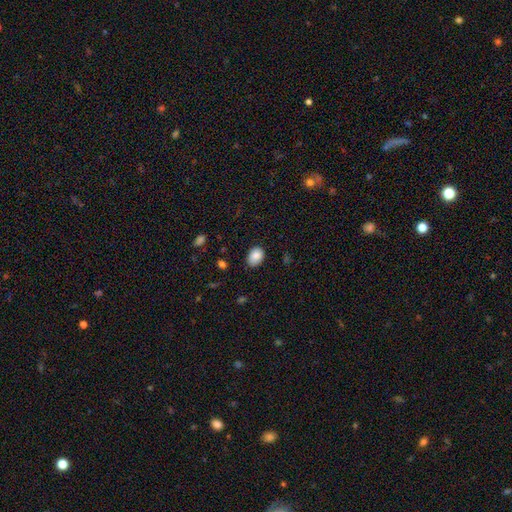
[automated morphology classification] Q: Smooth or featured?
A: smooth (88%); runner-up: star or artifact (8%)
Q: How rounded?
A: in between (75%); runner-up: round (24%)
Q: Merging?
A: none (81%); runner-up: minor disturbance (15%)